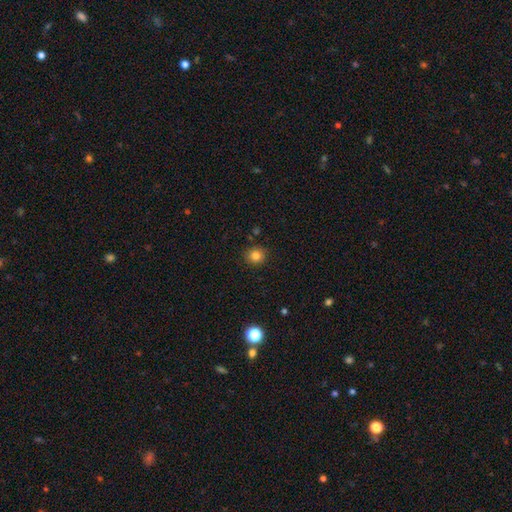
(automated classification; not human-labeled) This appears to be a smooth galaxy with no disk features (82%) that is round (89%). Merging: none (89%).